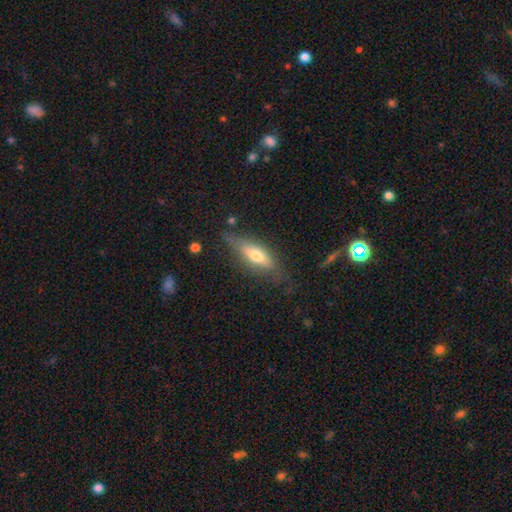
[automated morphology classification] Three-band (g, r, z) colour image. It shows a smooth galaxy with no disk features (51%) that is cigar-shaped (49%). Merging: none (68%).